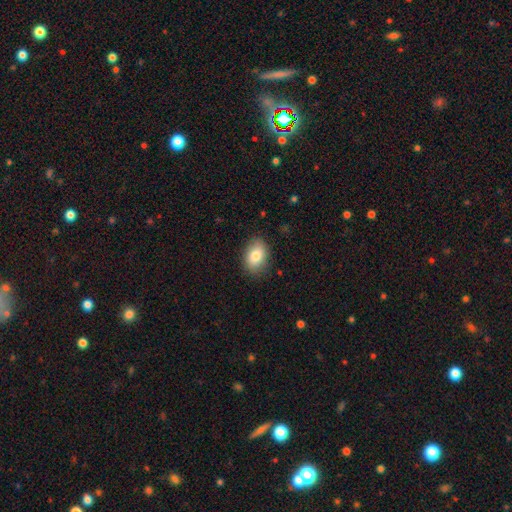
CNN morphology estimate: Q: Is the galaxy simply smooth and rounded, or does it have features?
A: smooth — 82%.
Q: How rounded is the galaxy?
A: in between — 84%.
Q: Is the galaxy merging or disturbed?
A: none — 84%.